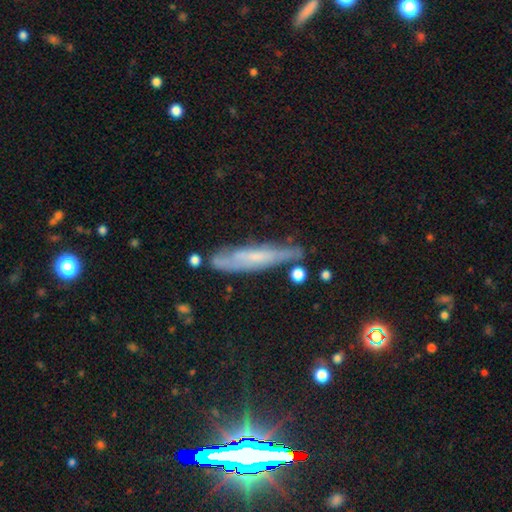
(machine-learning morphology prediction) This is possibly a featured or disk galaxy (48%). Merging: likely none (61%).